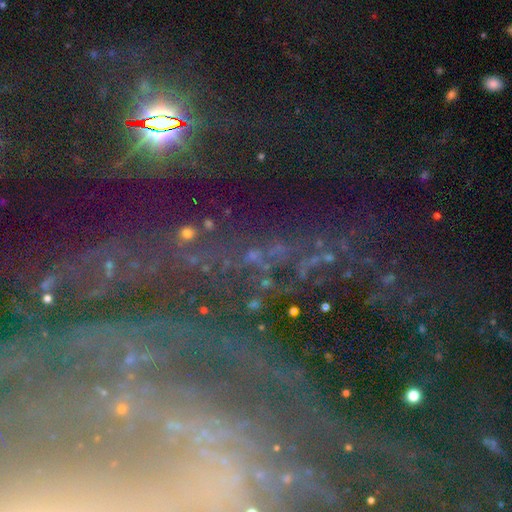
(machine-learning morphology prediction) Overall: star or artifact (68%).